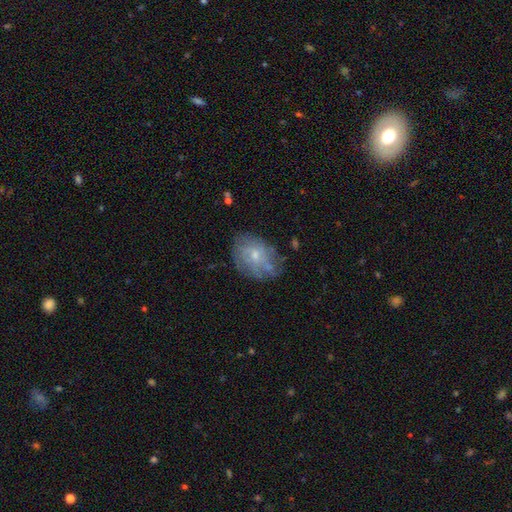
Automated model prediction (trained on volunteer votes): featured or disk 55%, smooth 37%, star or artifact 9%. Down the decision tree: edge-on disk — no (97%); bar — no (80%); spiral arms — yes (58%); bulge size — small (62%); merging — none (63%).